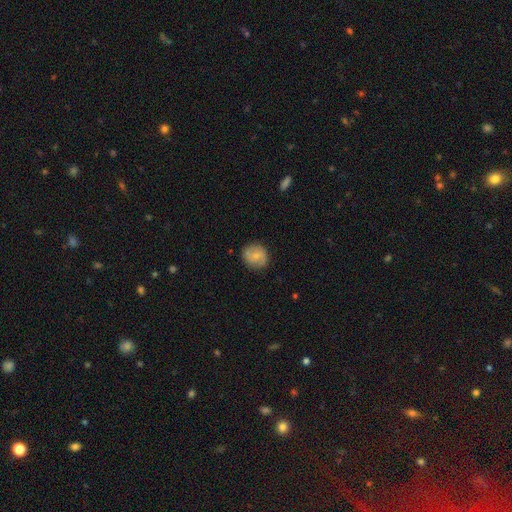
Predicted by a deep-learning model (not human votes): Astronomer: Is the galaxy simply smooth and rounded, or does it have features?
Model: smooth — 56% (runner-up: featured or disk, 37%).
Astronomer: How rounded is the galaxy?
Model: round — 84%.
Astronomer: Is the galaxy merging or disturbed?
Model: none — 82%.